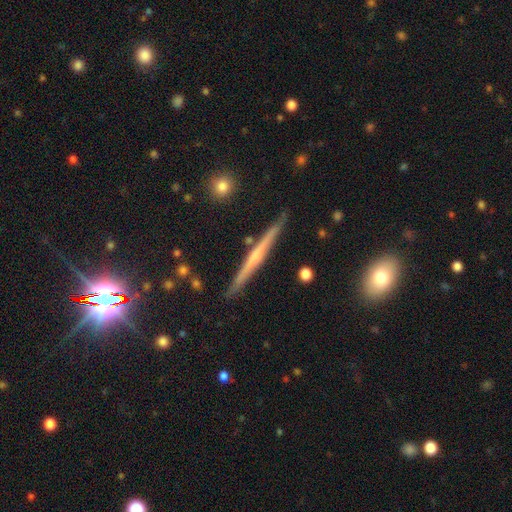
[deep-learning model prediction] Smooth or featured? featured or disk (69%)
Edge-on disk? yes (98%)
Edge-on bulge? none (47%)
Merging? none (89%)